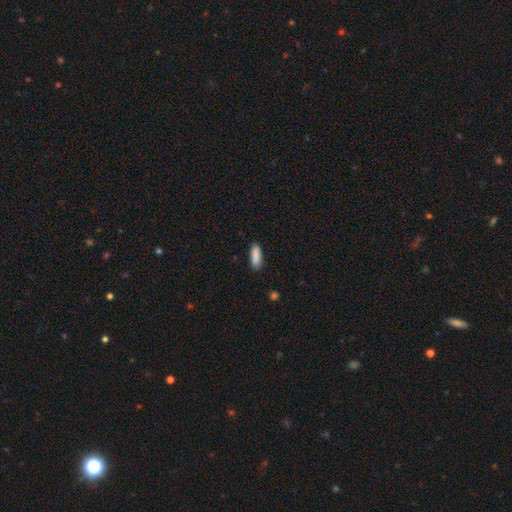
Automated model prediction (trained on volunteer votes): The model was most divided on "how rounded": in between: 57%, cigar-shaped: 41%, round: 2%. More confident: smooth or featured — smooth (89%); merging — none (87%).